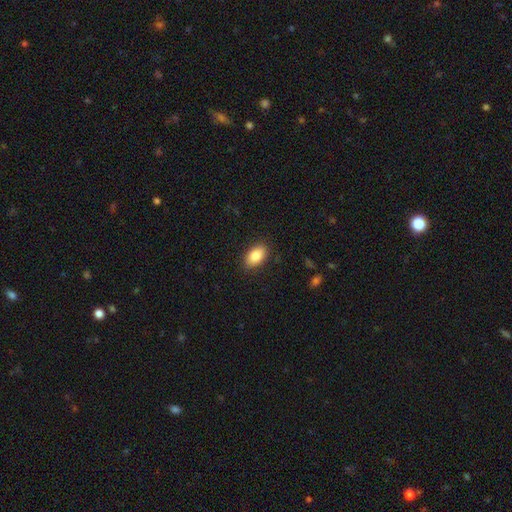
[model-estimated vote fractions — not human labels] Smooth or featured?
  - smooth: 85% *
  - featured or disk: 7%
  - star or artifact: 7%
How rounded?
  - in between: 91% *
  - round: 6%
  - cigar-shaped: 2%
Merging?
  - none: 87% *
  - minor disturbance: 9%
  - major disturbance: 2%
  - merger: 1%